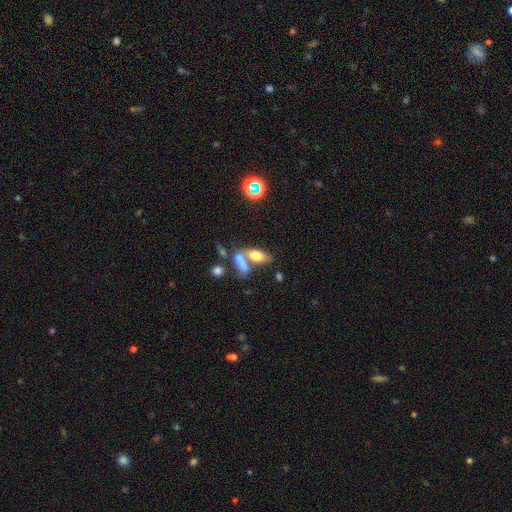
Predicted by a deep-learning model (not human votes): The model was most divided on "merging": merger: 50%, none: 32%, minor disturbance: 10%, major disturbance: 8%. More confident: how rounded — in between (76%); smooth or featured — smooth (67%).